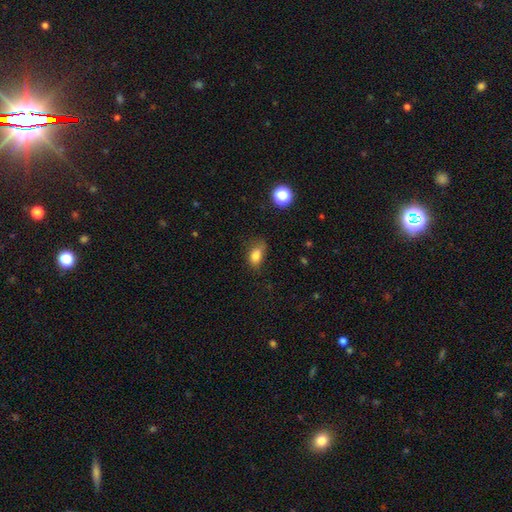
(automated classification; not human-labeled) The model was most divided on "merging": none: 48%, minor disturbance: 33%, major disturbance: 15%, merger: 3%. More confident: how rounded — in between (81%); smooth or featured — smooth (80%).